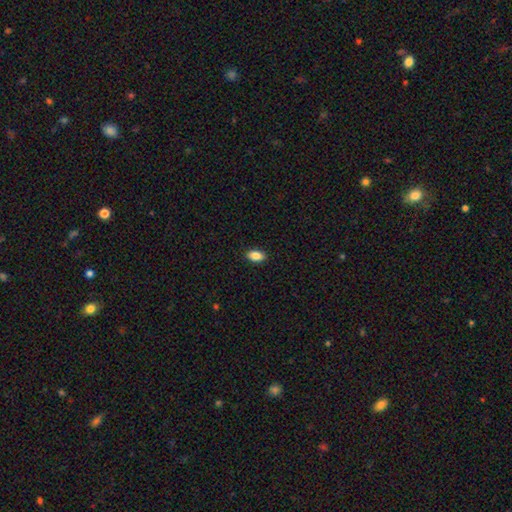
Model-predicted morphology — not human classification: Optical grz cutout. It shows a smooth galaxy with no disk features (87%) that is in between round and cigar-shaped (91%). Merging: none (90%).